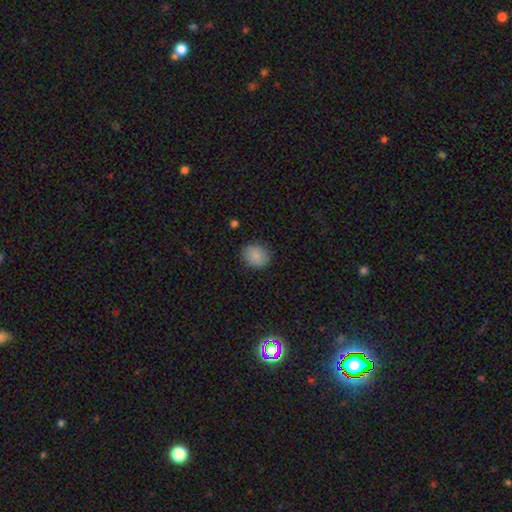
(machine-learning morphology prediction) A smooth galaxy with no disk features (87%) that is round (60%). Merging: none (86%).